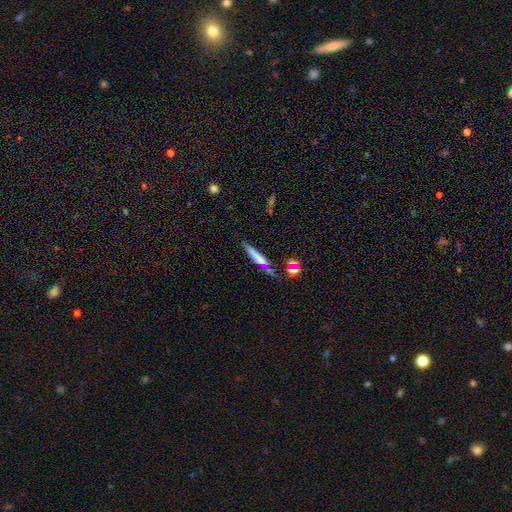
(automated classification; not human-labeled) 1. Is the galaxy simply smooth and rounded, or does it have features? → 50% smooth, 41% featured or disk, 9% star or artifact.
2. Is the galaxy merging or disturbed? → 70% none, 17% minor disturbance, 8% merger, 5% major disturbance.